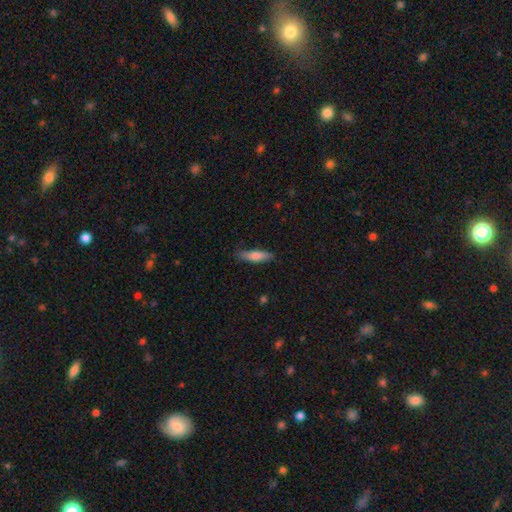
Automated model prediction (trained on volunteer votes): This appears to be a smooth galaxy with no disk features (73%) that is cigar-shaped (72%). Merging: none (79%).